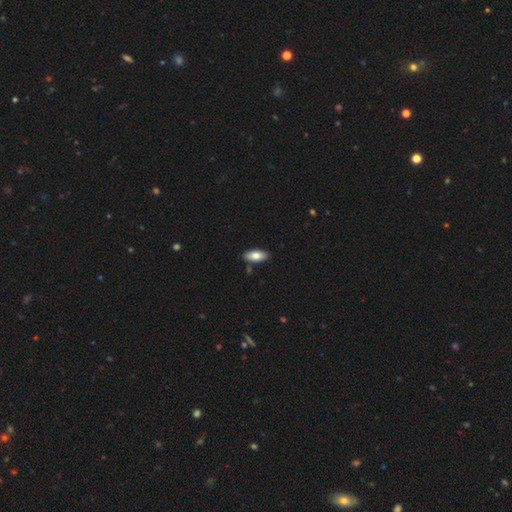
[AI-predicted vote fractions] A smooth galaxy with no disk features (79%) that is in between round and cigar-shaped (86%).

Vote fractions:
- Smooth or featured? smooth: 79% / featured or disk: 15% / star or artifact: 6%
- How rounded? in between: 86% / cigar-shaped: 12% / round: 2%
- Merging? none: 87% / minor disturbance: 9% / merger: 2% / major disturbance: 2%